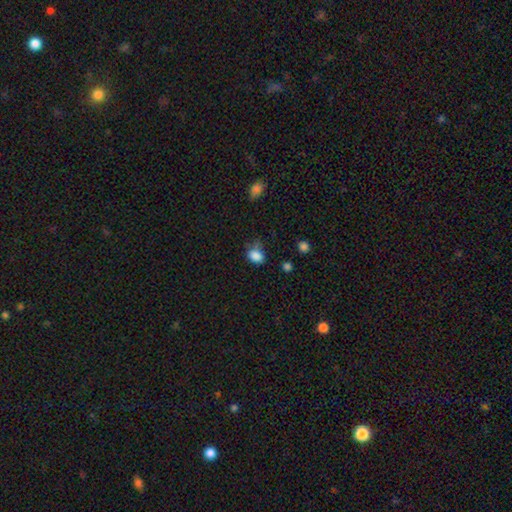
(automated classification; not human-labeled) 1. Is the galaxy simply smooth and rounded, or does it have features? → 84% smooth, 10% star or artifact, 5% featured or disk.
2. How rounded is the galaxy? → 73% in between, 26% round, 1% cigar-shaped.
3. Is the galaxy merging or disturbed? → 51% none, 34% minor disturbance, 11% major disturbance, 4% merger.